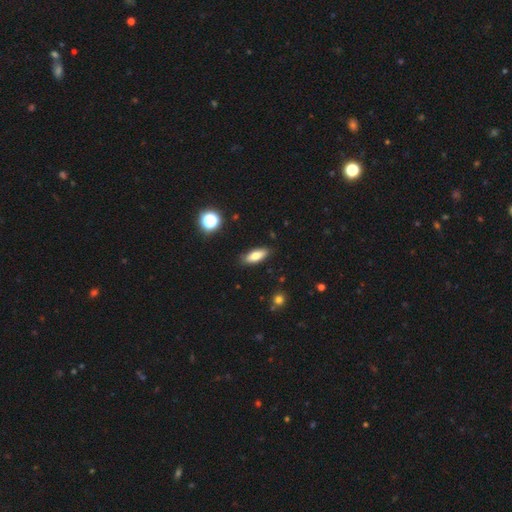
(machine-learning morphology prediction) smooth_or_featured: smooth (p=0.75) [alt: featured or disk p=0.17]
how_rounded: in between (p=0.73) [alt: cigar-shaped p=0.24]
merging: none (p=0.87) [alt: minor disturbance p=0.10]